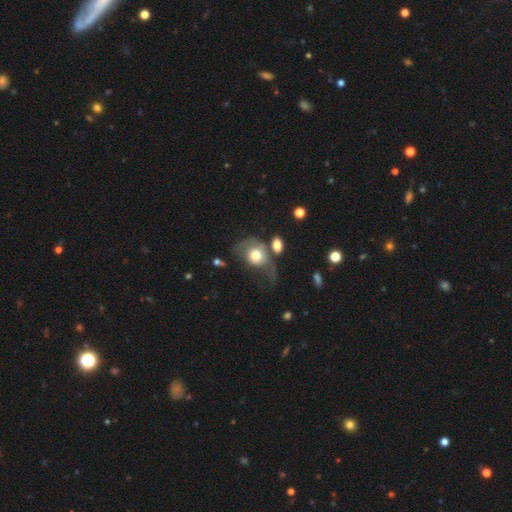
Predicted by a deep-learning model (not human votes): A smooth galaxy with no disk features (64%) that is round (55%). Merging: major disturbance (43%).